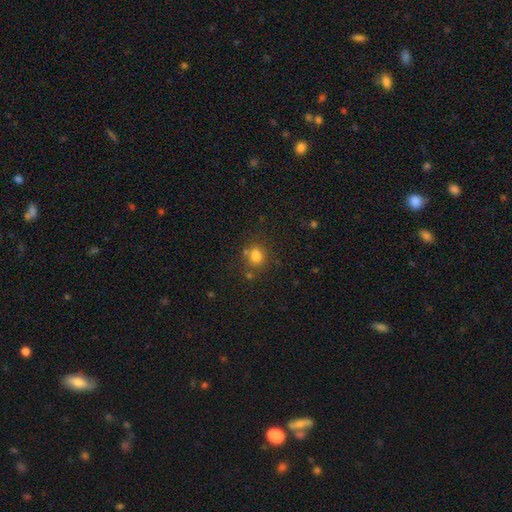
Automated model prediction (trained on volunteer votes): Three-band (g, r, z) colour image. It shows a smooth galaxy with no disk features (79%) that is round (67%). Merging: none (68%).